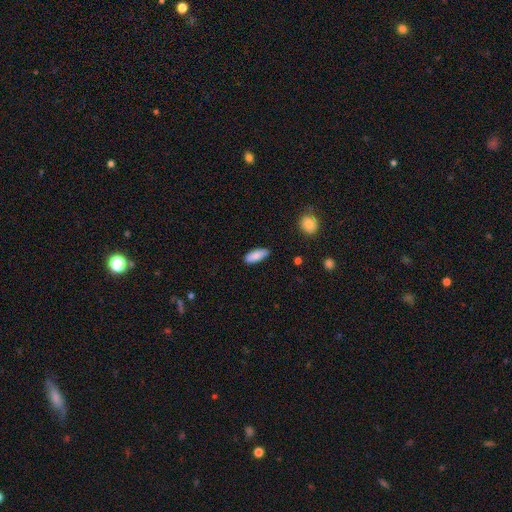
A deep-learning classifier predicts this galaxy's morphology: smooth 86%, featured or disk 8%, star or artifact 6%. Down the decision tree: how rounded — in between (74%); merging — none (82%).